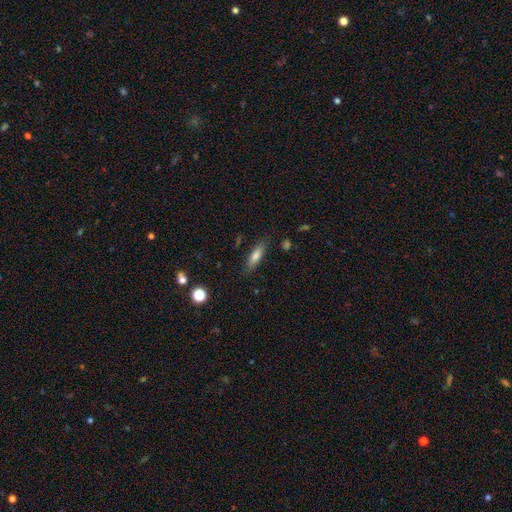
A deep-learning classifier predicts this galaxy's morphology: Overall: smooth (74%). How rounded: cigar-shaped (52%; in between 46%). Merging: none (81%).